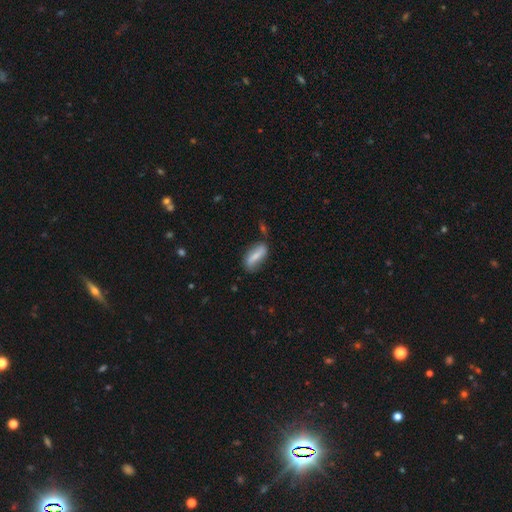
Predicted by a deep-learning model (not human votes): A smooth galaxy with no disk features (58%) that is in between round and cigar-shaped (65%).

Vote fractions:
- Smooth or featured? smooth: 58% / featured or disk: 34% / star or artifact: 8%
- How rounded? in between: 65% / cigar-shaped: 32% / round: 4%
- Merging? none: 68% / minor disturbance: 21% / major disturbance: 6% / merger: 5%